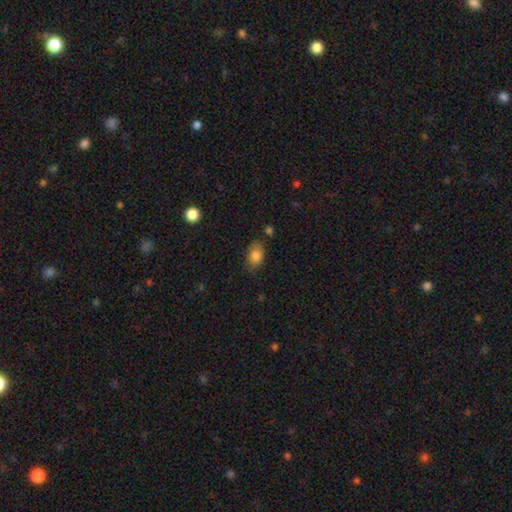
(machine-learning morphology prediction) A smooth galaxy with no disk features (82%) that is in between round and cigar-shaped (83%).

Vote fractions:
- Smooth or featured? smooth: 82% / featured or disk: 10% / star or artifact: 9%
- How rounded? in between: 83% / round: 16% / cigar-shaped: 1%
- Merging? none: 73% / minor disturbance: 20% / major disturbance: 4% / merger: 3%